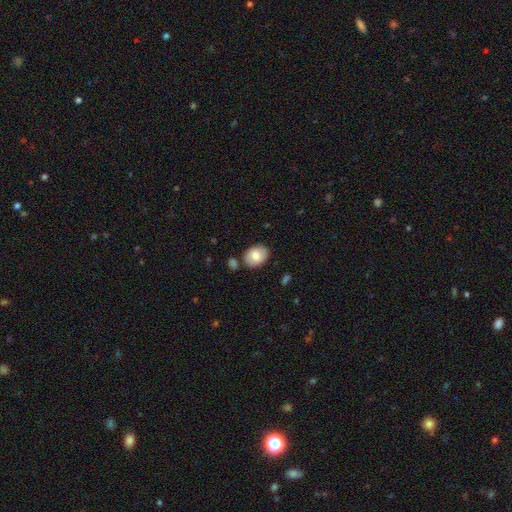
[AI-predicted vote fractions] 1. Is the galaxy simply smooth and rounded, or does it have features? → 76% smooth, 18% featured or disk, 7% star or artifact.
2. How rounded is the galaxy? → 68% in between, 31% round, 1% cigar-shaped.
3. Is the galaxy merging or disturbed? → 78% none, 13% minor disturbance, 6% merger, 3% major disturbance.